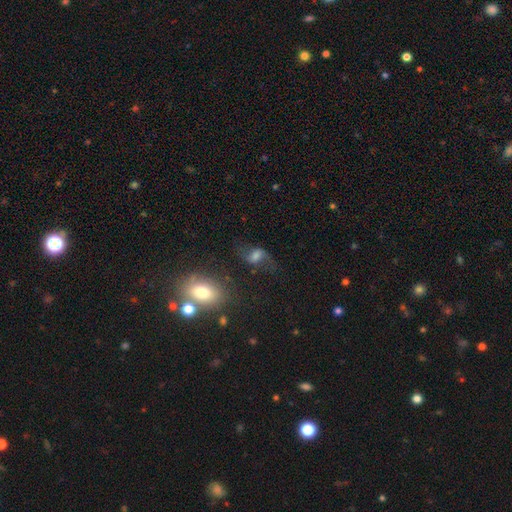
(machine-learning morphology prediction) This appears to be a featured or disk galaxy (53%) with a weak bar (45%), spiral arms (86%) and a moderate central bulge (35%). Merging: none (57%).